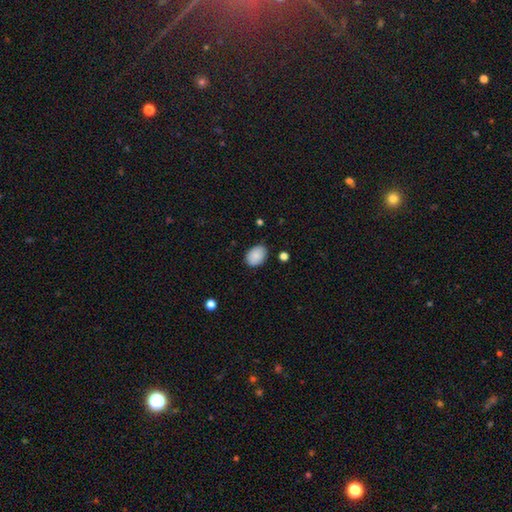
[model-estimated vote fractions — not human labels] smooth 88%, star or artifact 7%, featured or disk 5%. Down the decision tree: how rounded — in between (78%); merging — none (79%).